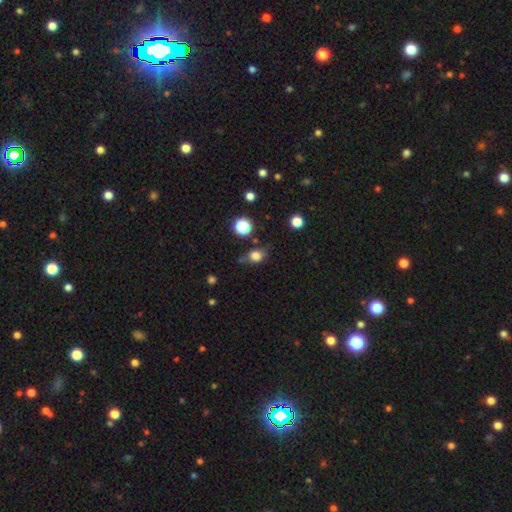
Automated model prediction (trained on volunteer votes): Smooth or featured: smooth — 78% (star or artifact — 13%)
How rounded: in between — 50% (round — 48%)
Merging: none — 65% (minor disturbance — 23%)